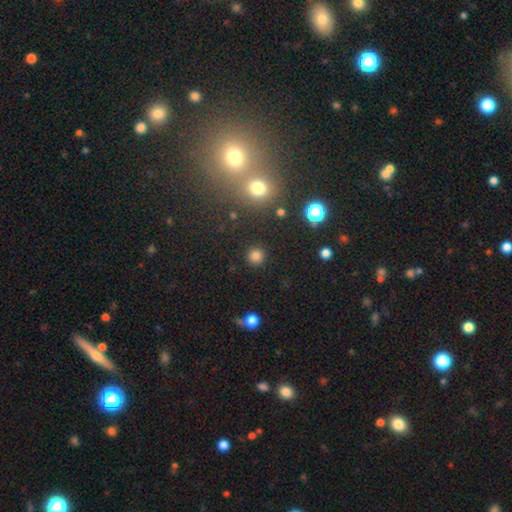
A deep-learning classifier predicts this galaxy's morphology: Overall: smooth (81%). How rounded: round (94%). Merging: none (90%).